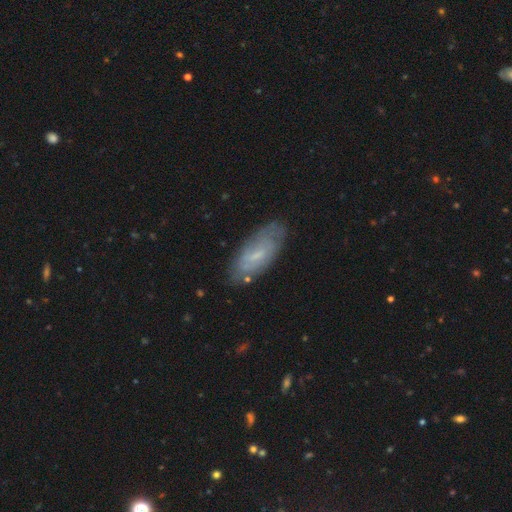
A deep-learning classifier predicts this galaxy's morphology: Smooth or featured?
  - featured or disk: 49% *
  - smooth: 43%
  - star or artifact: 8%
Merging?
  - none: 75% *
  - minor disturbance: 18%
  - major disturbance: 5%
  - merger: 2%